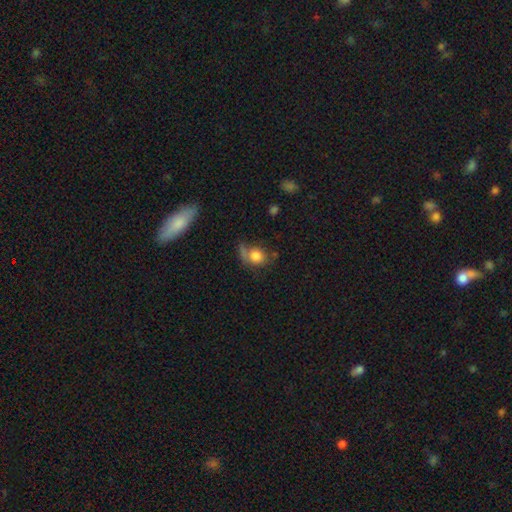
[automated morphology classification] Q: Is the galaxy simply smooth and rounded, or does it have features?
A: smooth — 76%.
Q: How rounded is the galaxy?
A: round — 63%.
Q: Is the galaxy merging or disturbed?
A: none — 45%.